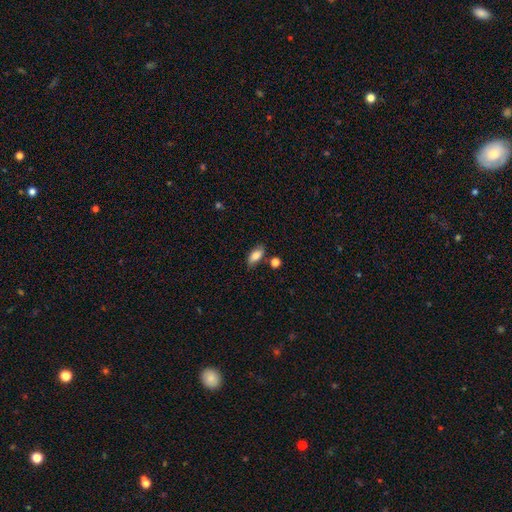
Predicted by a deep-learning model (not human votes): Morphology: type=smooth (79%); roundness=in between (85%); merging=none (74%).